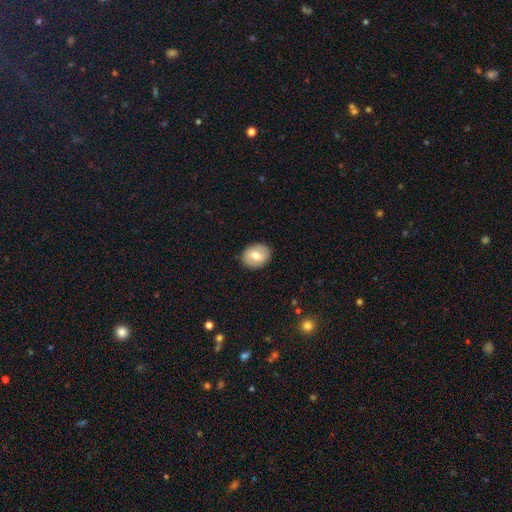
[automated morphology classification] This appears to be a smooth galaxy with no disk features (67%) that is round (52%). Merging: none (88%).